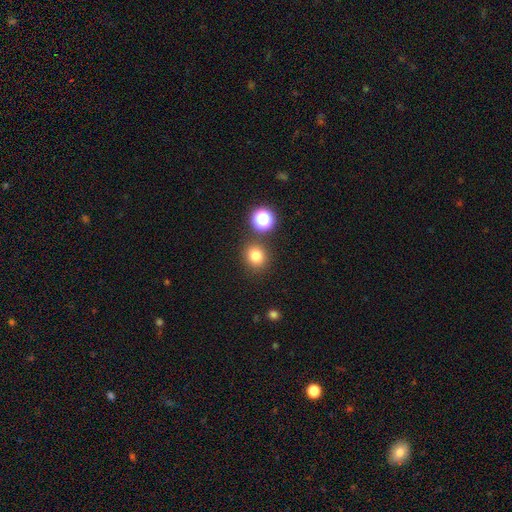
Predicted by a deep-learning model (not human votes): Smooth or featured? smooth (79%)
How rounded? round (82%)
Merging? none (82%)